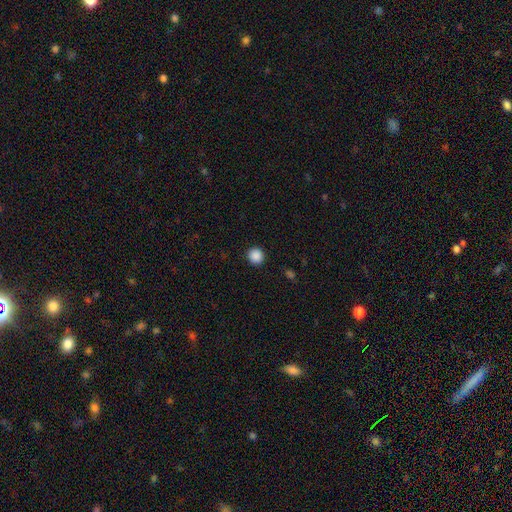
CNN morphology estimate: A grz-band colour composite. It shows a smooth galaxy with no disk features (88%) that is round (93%). Merging: none (92%).